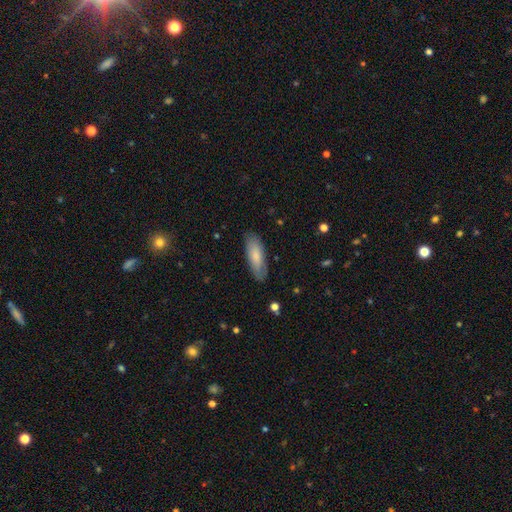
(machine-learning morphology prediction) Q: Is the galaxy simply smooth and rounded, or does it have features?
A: smooth — 75%.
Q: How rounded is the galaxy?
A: in between — 62%.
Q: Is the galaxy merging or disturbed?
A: none — 82%.